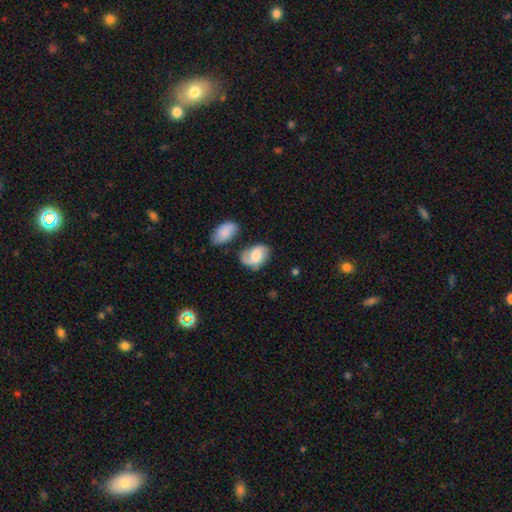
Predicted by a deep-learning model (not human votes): smooth_or_featured: smooth (p=0.53) [alt: featured or disk p=0.39]
how_rounded: in between (p=0.78) [alt: round p=0.21]
merging: none (p=0.46) [alt: minor disturbance p=0.29]